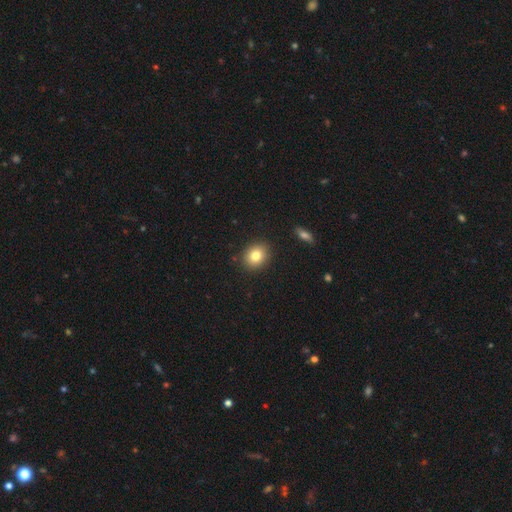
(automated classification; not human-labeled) Overall: smooth (80%). How rounded: round (61%; in between 38%). Merging: none (89%).